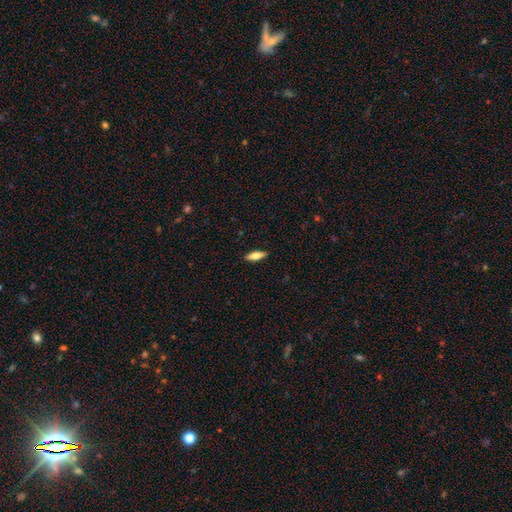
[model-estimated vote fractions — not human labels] Smooth or featured? smooth (69%)
How rounded? in between (59%)
Merging? none (89%)